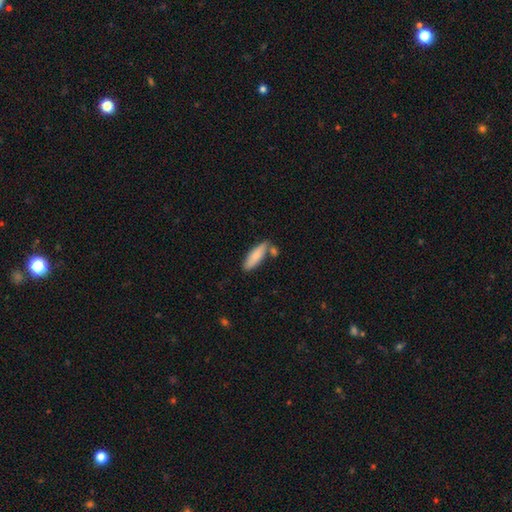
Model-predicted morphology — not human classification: A smooth galaxy with no disk features (82%) that is cigar-shaped (54%). Merging: none (67%).